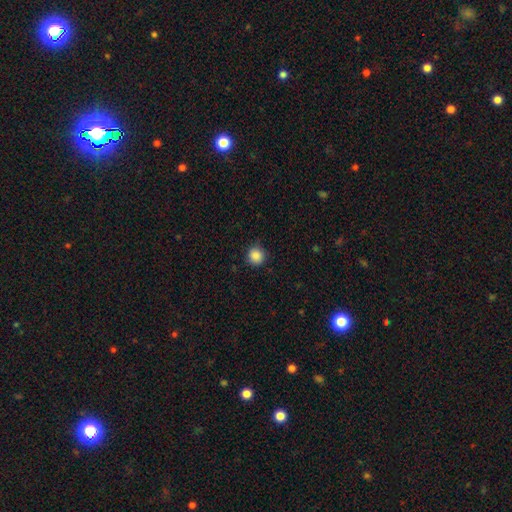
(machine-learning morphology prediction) smooth-or-featured: smooth: 87% | star or artifact: 10% | featured or disk: 3%
  how-rounded: round: 92% | in between: 7% | cigar-shaped: 1%
  merging: none: 88% | minor disturbance: 9% | major disturbance: 2% | merger: 1%